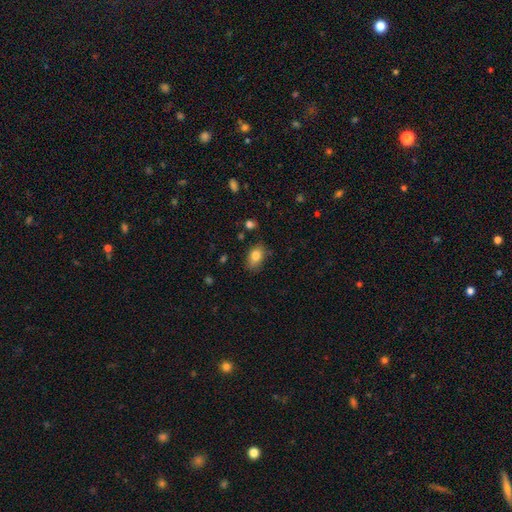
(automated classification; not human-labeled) Q: Smooth or featured?
A: smooth (81%); runner-up: featured or disk (10%)
Q: How rounded?
A: in between (82%); runner-up: round (16%)
Q: Merging?
A: none (75%); runner-up: minor disturbance (19%)